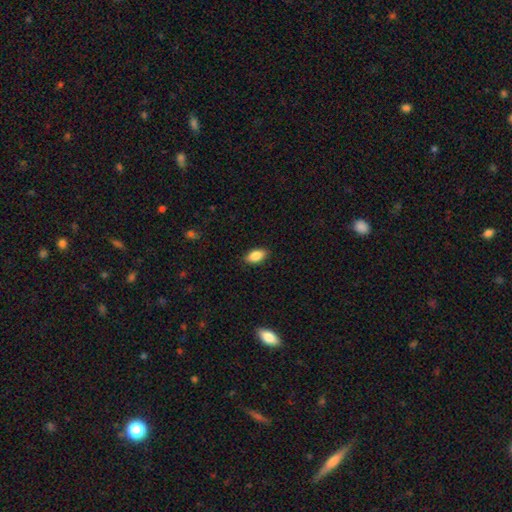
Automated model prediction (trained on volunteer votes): The model was most divided on "merging": none: 88%, minor disturbance: 9%, major disturbance: 2%, merger: 1%. More confident: how rounded — in between (92%); smooth or featured — smooth (87%).